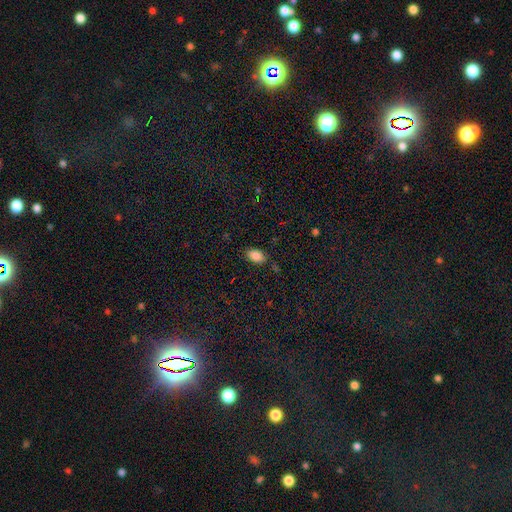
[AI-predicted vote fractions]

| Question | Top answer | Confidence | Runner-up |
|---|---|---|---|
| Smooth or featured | smooth | 86% | star or artifact (9%) |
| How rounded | in between | 91% | round (7%) |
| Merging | none | 82% | minor disturbance (13%) |